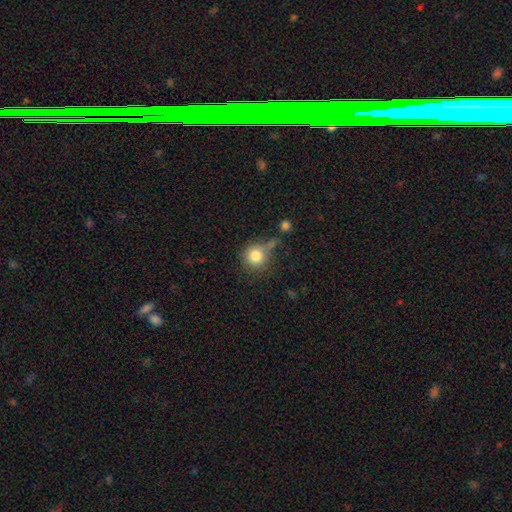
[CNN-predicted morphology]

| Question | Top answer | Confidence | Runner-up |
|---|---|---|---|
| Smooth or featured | smooth | 81% | star or artifact (10%) |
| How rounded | round | 91% | in between (8%) |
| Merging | none | 59% | minor disturbance (19%) |